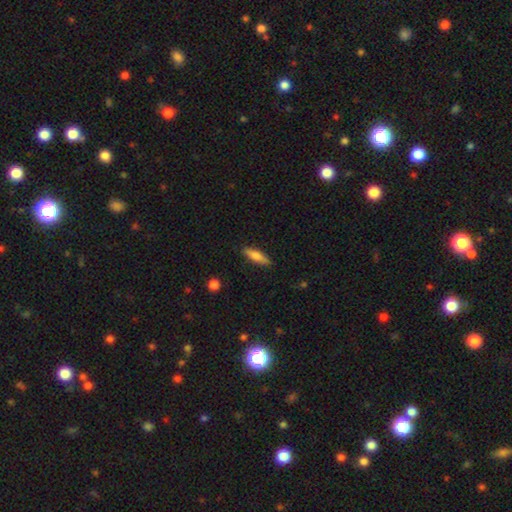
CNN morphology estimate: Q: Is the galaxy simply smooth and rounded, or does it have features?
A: smooth — 64%.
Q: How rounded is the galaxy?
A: cigar-shaped — 67%.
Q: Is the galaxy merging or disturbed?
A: none — 88%.